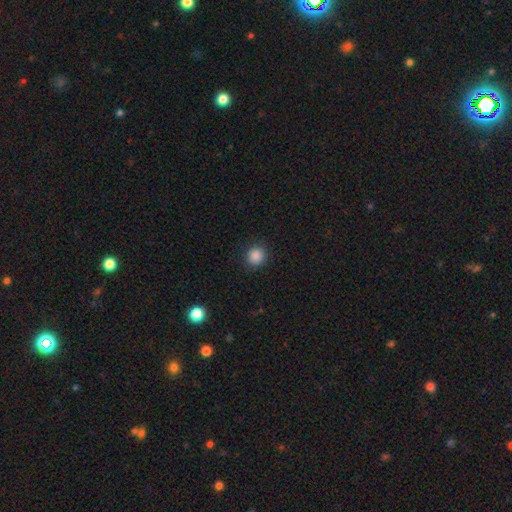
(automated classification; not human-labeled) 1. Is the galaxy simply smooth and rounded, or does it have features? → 87% smooth, 10% star or artifact, 3% featured or disk.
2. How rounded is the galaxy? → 89% round, 10% in between, 1% cigar-shaped.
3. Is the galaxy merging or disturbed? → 89% none, 7% minor disturbance, 2% major disturbance, 1% merger.